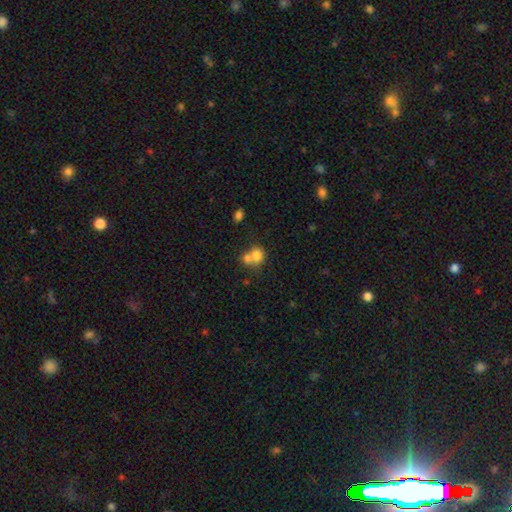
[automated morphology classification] Smooth or featured?
  - smooth: 75% *
  - featured or disk: 14%
  - star or artifact: 11%
How rounded?
  - round: 67% *
  - in between: 32%
  - cigar-shaped: 1%
Merging?
  - merger: 58% *
  - none: 31%
  - minor disturbance: 7%
  - major disturbance: 4%